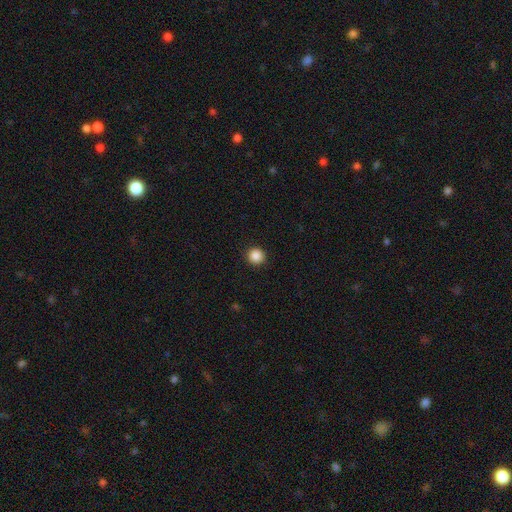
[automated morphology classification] type=smooth (87%); roundness=round (95%); merging=none (93%).